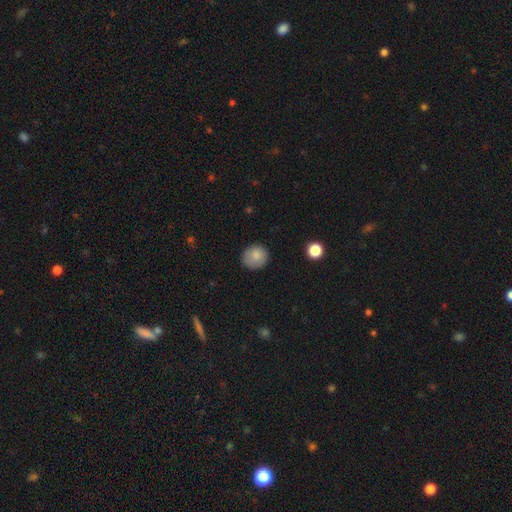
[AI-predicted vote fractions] Smooth or featured: smooth — 83% (star or artifact — 8%)
How rounded: round — 79% (in between — 20%)
Merging: none — 80% (minor disturbance — 15%)